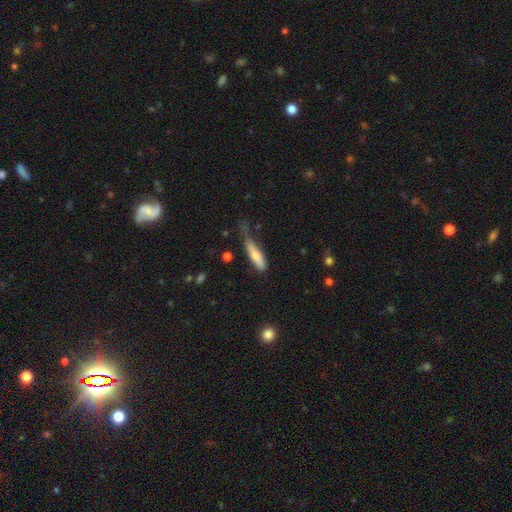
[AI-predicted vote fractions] Smooth or featured? Predicted: smooth (p=0.74). How rounded? Predicted: cigar-shaped (p=0.77). Merging? Predicted: none (p=0.40).